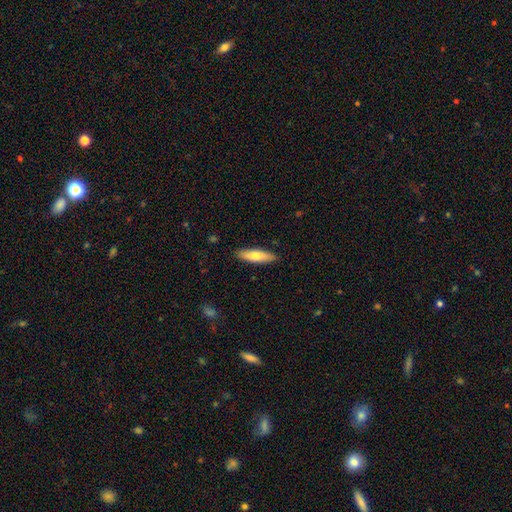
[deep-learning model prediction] The model was most divided on "how rounded": cigar-shaped: 64%, in between: 34%, round: 2%. More confident: merging — none (89%); smooth or featured — smooth (70%).